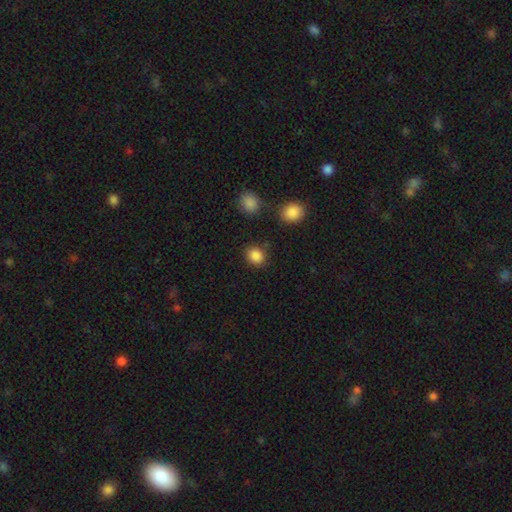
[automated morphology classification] smooth 87%, star or artifact 10%, featured or disk 3%. Down the decision tree: how rounded — round (62%); merging — none (84%).